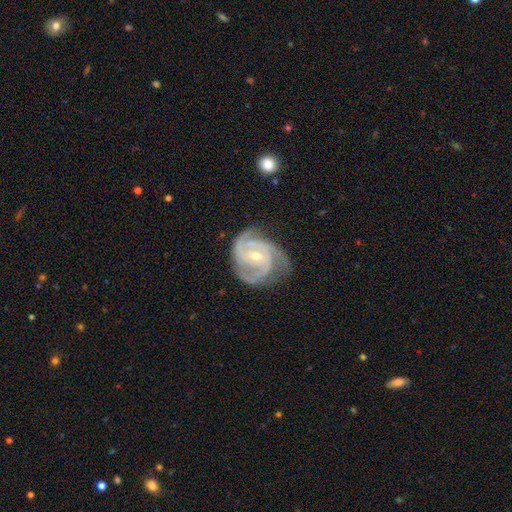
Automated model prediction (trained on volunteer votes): Morphology: type=featured or disk (91%); edge-on=no (98%); bar=weak (43%); spiral arms=yes (98%); winding=tight (55%); arm count=3 (55%); bulge=small (59%); merging=none (66%).